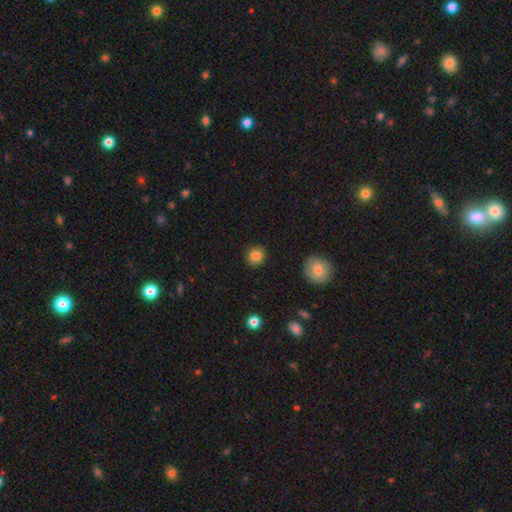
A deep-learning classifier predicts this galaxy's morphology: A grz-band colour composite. It shows a smooth galaxy with no disk features (85%) that is round (81%). Merging: none (89%).